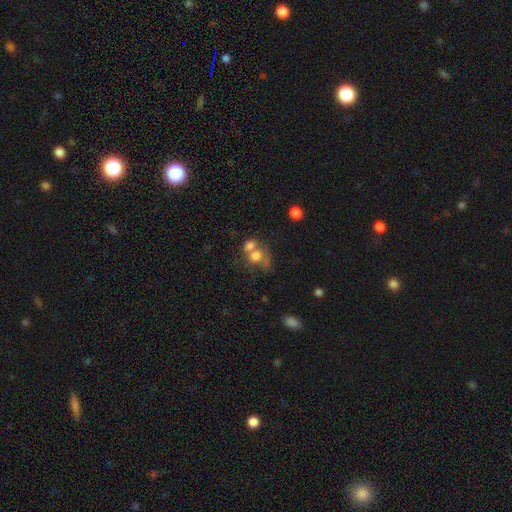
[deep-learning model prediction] Smooth or featured: smooth — 69% (featured or disk — 20%)
How rounded: round — 58% (in between — 41%)
Merging: merger — 61% (none — 22%)